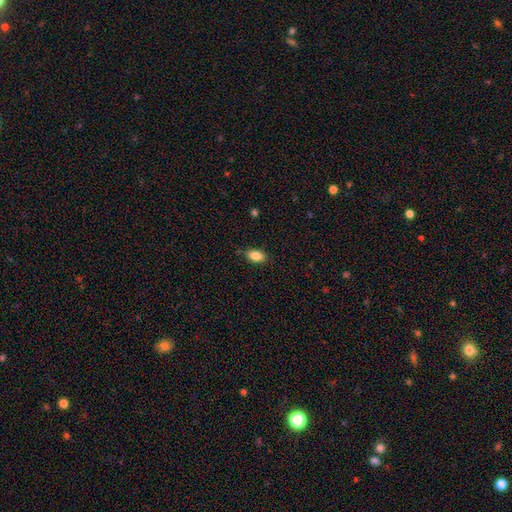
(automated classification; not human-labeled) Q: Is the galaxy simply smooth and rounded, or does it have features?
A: smooth — 86%.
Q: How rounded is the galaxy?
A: in between — 89%.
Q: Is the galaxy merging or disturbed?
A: none — 82%.